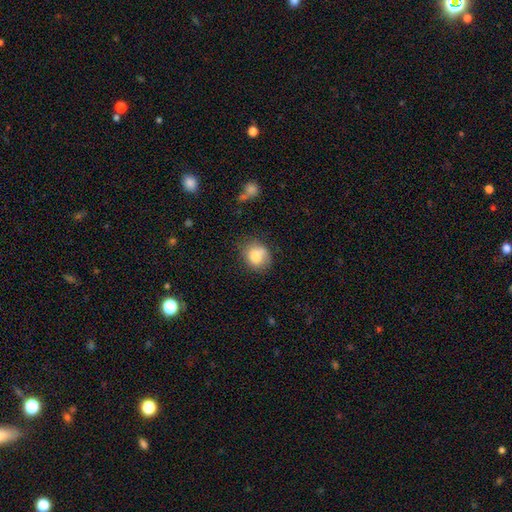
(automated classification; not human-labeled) This appears to be a smooth galaxy with no disk features (78%) that is round (66%). Merging: none (59%).